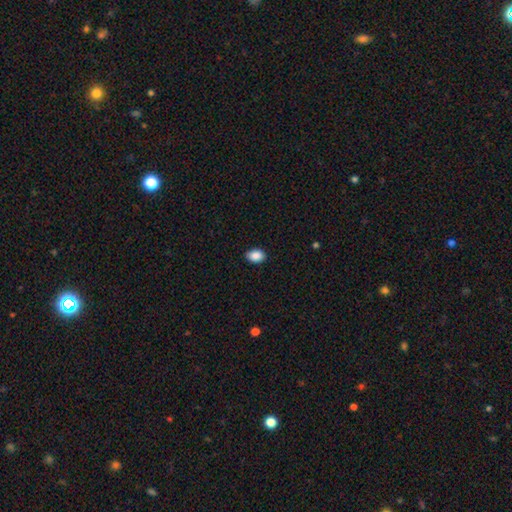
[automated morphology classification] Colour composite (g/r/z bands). It shows a smooth galaxy with no disk features (89%) that is in between round and cigar-shaped (81%). Merging: none (88%).